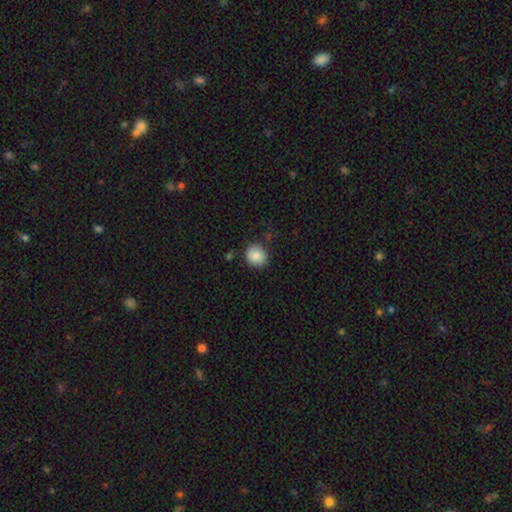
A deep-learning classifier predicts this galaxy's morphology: smooth 84%, star or artifact 9%, featured or disk 7%. Down the decision tree: how rounded — round (83%); merging — none (82%).